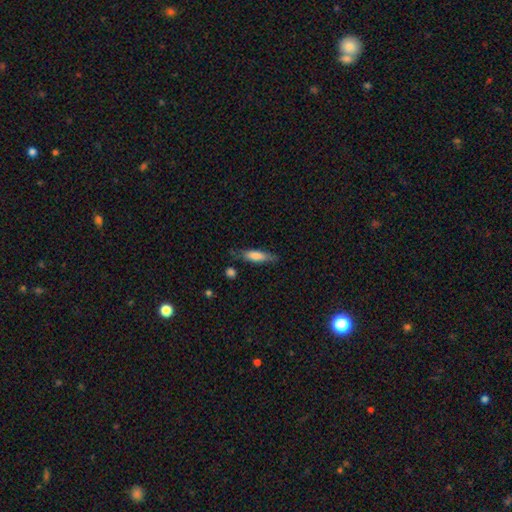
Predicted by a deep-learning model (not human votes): Overall: smooth (75%). How rounded: cigar-shaped (61%; in between 37%). Merging: none (70%).